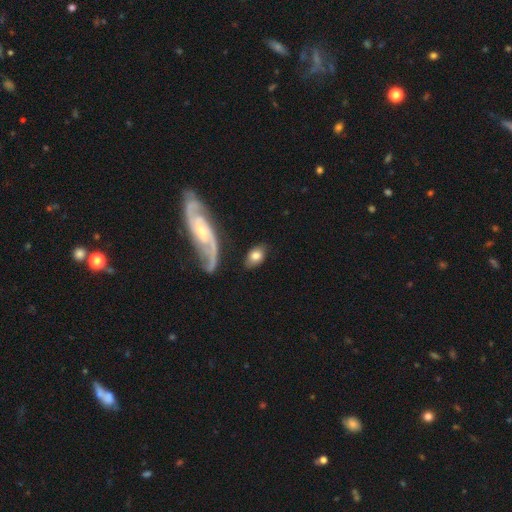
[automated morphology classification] Q: Smooth or featured?
A: smooth (66%); runner-up: featured or disk (27%)
Q: How rounded?
A: in between (82%); runner-up: round (15%)
Q: Merging?
A: none (71%); runner-up: minor disturbance (16%)